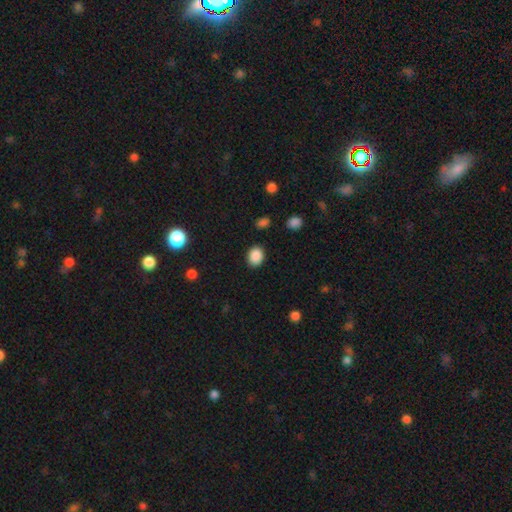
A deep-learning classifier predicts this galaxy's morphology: smooth-or-featured: smooth: 88% | star or artifact: 9% | featured or disk: 3%
  how-rounded: in between: 54% | round: 45% | cigar-shaped: 1%
  merging: none: 87% | minor disturbance: 9% | major disturbance: 3% | merger: 2%